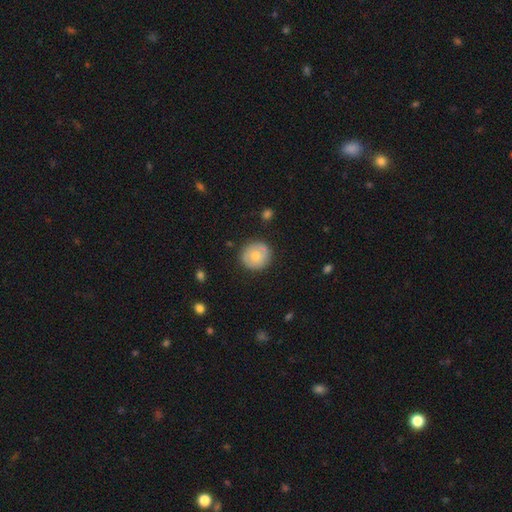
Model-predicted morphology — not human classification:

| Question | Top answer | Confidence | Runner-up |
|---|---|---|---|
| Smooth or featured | smooth | 67% | featured or disk (25%) |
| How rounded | round | 93% | in between (6%) |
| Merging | none | 85% | minor disturbance (10%) |